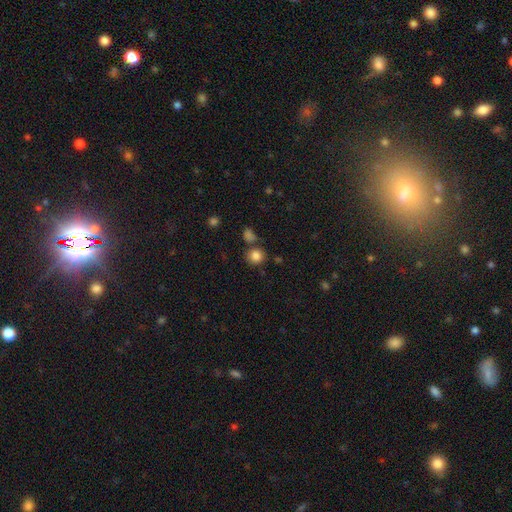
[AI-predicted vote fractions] Smooth or featured: smooth — 84% (star or artifact — 11%)
How rounded: round — 86% (in between — 13%)
Merging: none — 73% (merger — 13%)